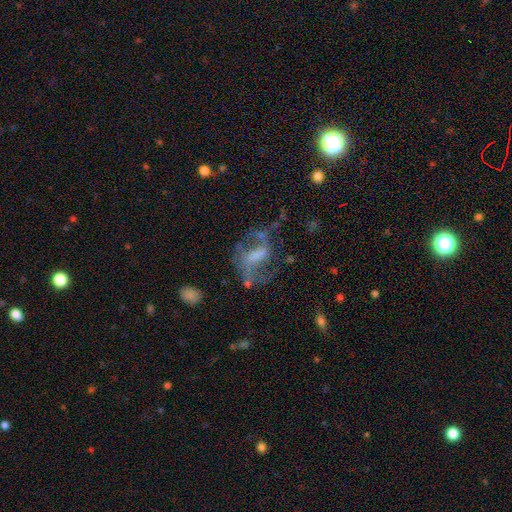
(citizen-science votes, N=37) Smooth or featured? 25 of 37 (68%) said featured or disk. Edge-on disk? 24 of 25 (96%) said no. Bar? 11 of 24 (46%) said weak. Spiral arms? 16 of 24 (67%) said yes. Spiral winding? 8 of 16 (50%) said medium. Spiral arm count? 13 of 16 (81%) said 2. Bulge size? 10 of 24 (42%) said none. Merging? 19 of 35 (54%) said none.